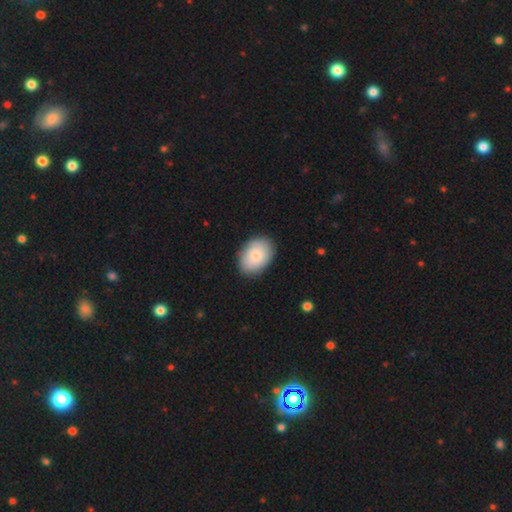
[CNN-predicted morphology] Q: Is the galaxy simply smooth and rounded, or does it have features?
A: smooth — 76%.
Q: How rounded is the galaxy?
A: in between — 79%.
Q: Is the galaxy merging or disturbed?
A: none — 85%.